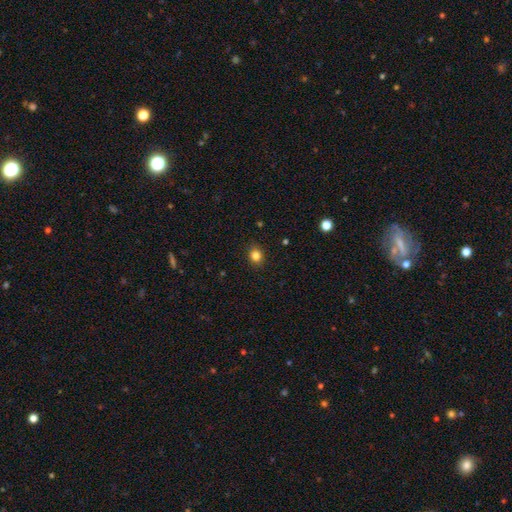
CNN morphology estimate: This is clearly a smooth galaxy (83%). How rounded: likely round (69%). Merging: clearly none (90%).